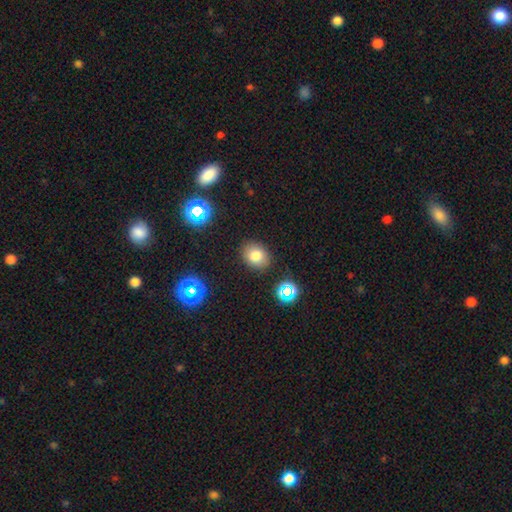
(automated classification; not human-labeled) Morphology: type=smooth (76%); roundness=round (53%); merging=none (86%).